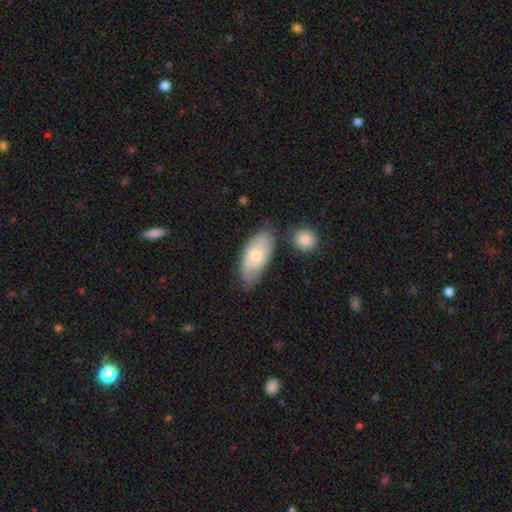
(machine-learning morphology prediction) Smooth or featured? Predicted: featured or disk (p=0.49). Merging? Predicted: none (p=0.65).